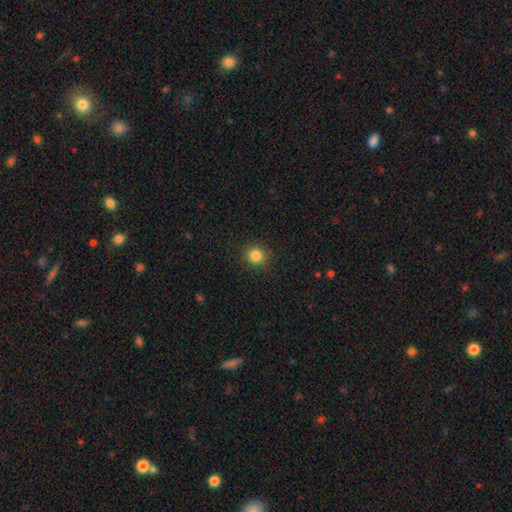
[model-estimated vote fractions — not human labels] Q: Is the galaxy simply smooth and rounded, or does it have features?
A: smooth — 84%.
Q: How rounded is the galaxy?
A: round — 90%.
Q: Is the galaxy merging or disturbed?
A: none — 90%.